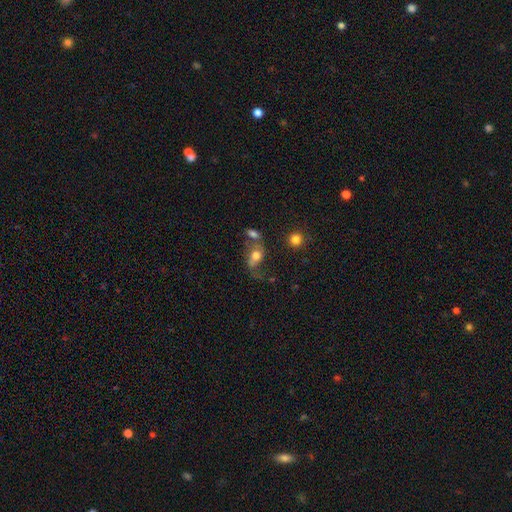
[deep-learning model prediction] smooth_or_featured: smooth (p=0.52) [alt: featured or disk p=0.37]
how_rounded: in between (p=0.71) [alt: round p=0.25]
merging: none (p=0.32) [alt: merger p=0.27]